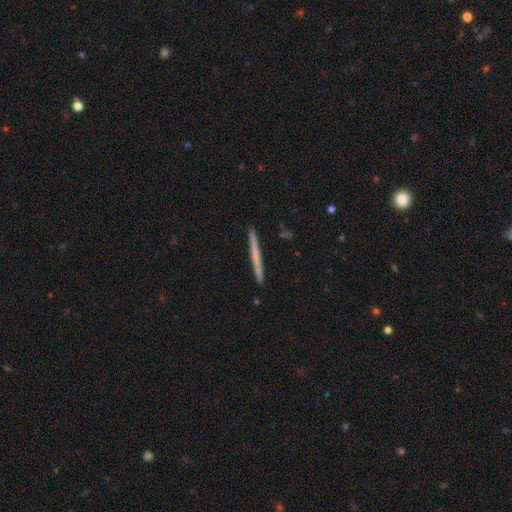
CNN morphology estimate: This is possibly a smooth galaxy (52%). How rounded: clearly cigar-shaped (97%). Merging: clearly none (93%).